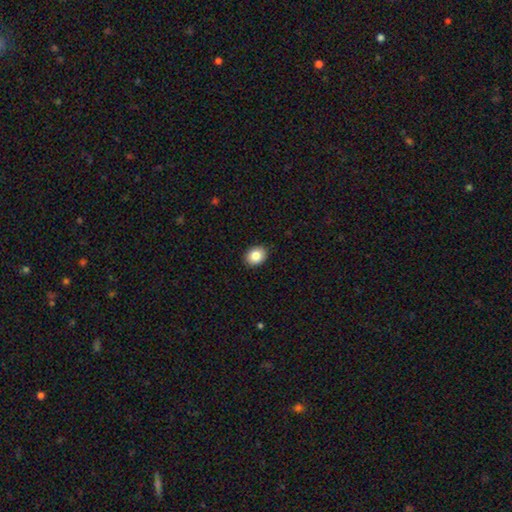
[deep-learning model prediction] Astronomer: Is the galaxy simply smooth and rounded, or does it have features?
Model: smooth — 84%.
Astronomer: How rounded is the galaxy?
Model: in between — 52% (runner-up: round, 47%).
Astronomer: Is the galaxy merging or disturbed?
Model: none — 90%.